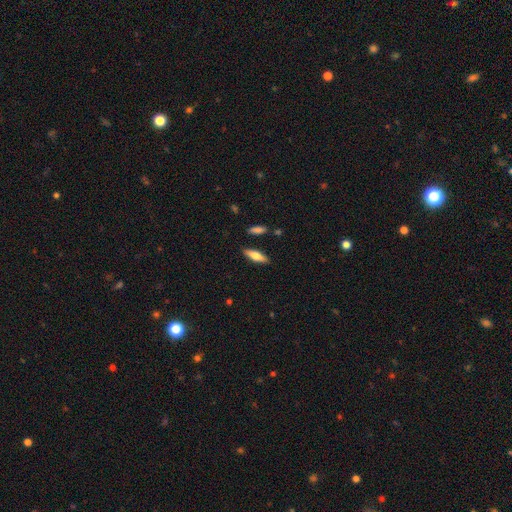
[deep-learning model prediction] Smooth or featured? Predicted: smooth (p=0.63). How rounded? Predicted: cigar-shaped (p=0.49, tied with in between). Merging? Predicted: none (p=0.85).